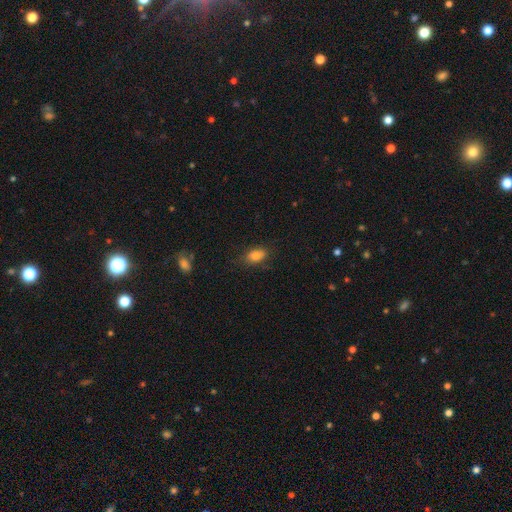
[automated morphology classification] smooth_or_featured: smooth (p=0.81) [alt: star or artifact p=0.10]
how_rounded: in between (p=0.83) [alt: round p=0.14]
merging: none (p=0.74) [alt: minor disturbance p=0.20]